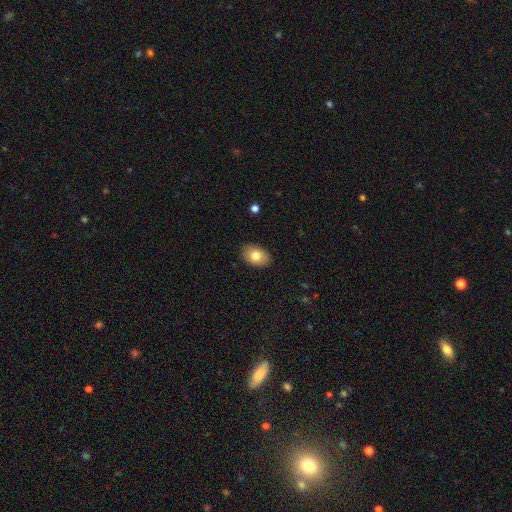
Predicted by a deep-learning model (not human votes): smooth-or-featured: smooth: 78% | featured or disk: 14% | star or artifact: 8%
  how-rounded: in between: 85% | round: 14% | cigar-shaped: 1%
  merging: none: 88% | minor disturbance: 9% | major disturbance: 2% | merger: 1%